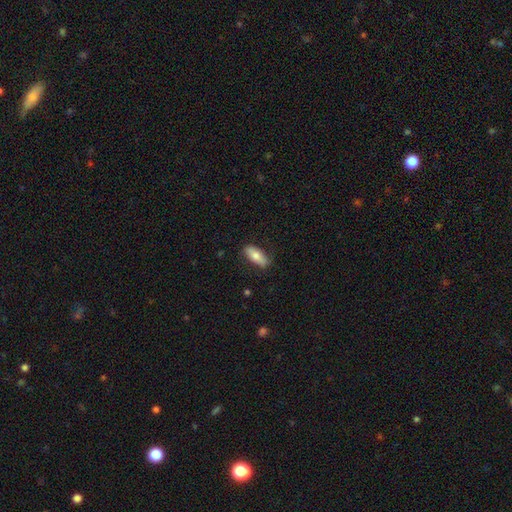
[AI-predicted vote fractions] This is likely a smooth galaxy (74%). How rounded: likely in between (74%). Merging: clearly none (82%).